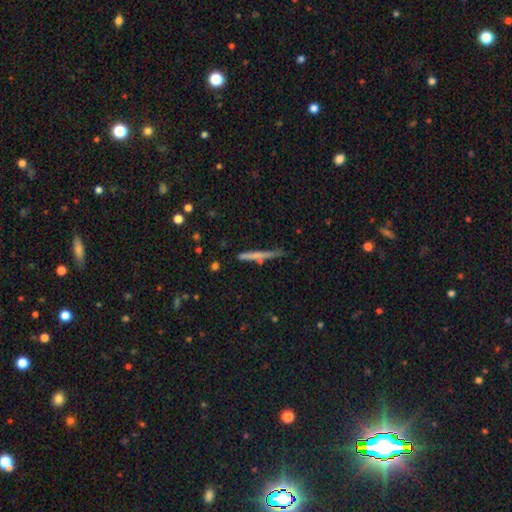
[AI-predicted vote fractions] smooth_or_featured: smooth (p=0.53) [alt: featured or disk p=0.39]
how_rounded: cigar-shaped (p=0.95) [alt: in between p=0.03]
merging: none (p=0.75) [alt: minor disturbance p=0.16]